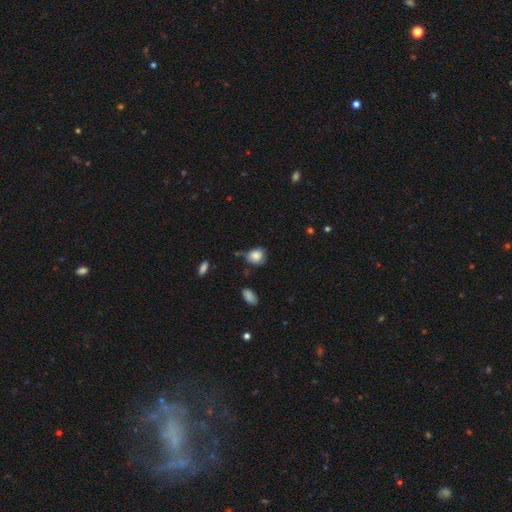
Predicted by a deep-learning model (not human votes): Smooth or featured? smooth (83%)
How rounded? round (72%)
Merging? none (55%)